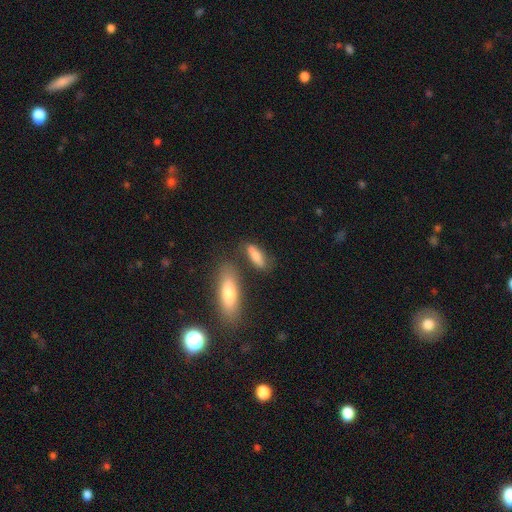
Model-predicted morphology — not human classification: The model was most divided on "how rounded": in between: 57%, cigar-shaped: 40%, round: 4%. More confident: smooth or featured — smooth (78%); merging — none (65%).